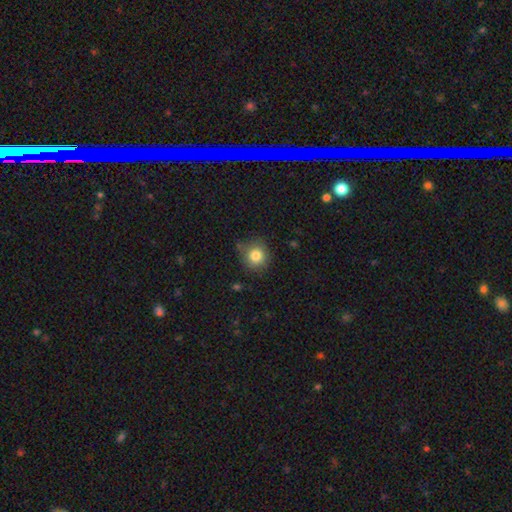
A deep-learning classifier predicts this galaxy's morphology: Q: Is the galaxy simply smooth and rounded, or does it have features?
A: smooth — 82%.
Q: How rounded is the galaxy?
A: round — 89%.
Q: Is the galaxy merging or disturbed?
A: none — 75%.